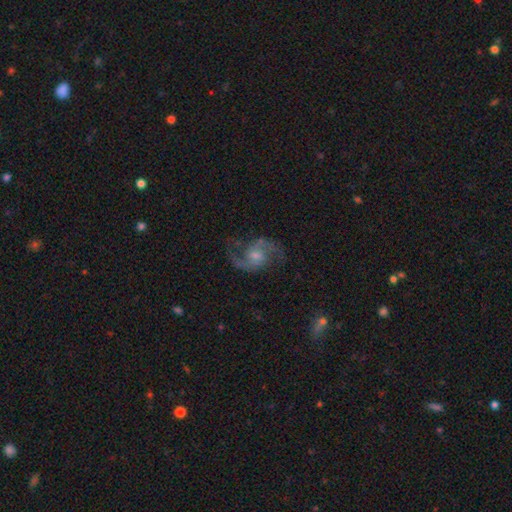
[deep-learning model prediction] Q: Smooth or featured?
A: featured or disk (89%); runner-up: star or artifact (6%)
Q: Edge-on disk?
A: no (98%); runner-up: yes (2%)
Q: Bar?
A: no (51%); runner-up: weak (41%)
Q: Spiral arms?
A: yes (97%); runner-up: no (3%)
Q: Spiral winding?
A: medium (50%); runner-up: loose (41%)
Q: Spiral arm count?
A: 2 (93%); runner-up: can't tell (2%)
Q: Bulge size?
A: moderate (44%); runner-up: small (43%)
Q: Merging?
A: none (78%); runner-up: minor disturbance (13%)